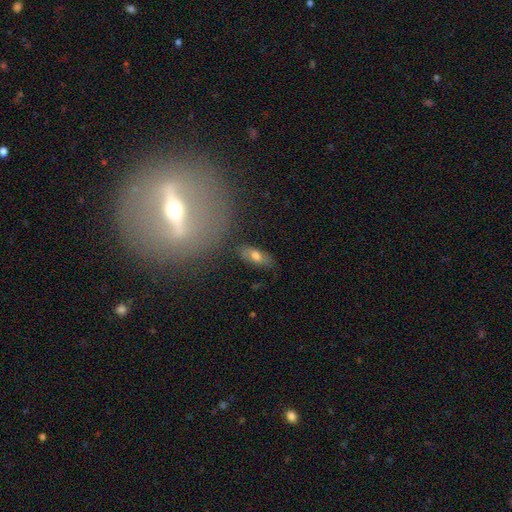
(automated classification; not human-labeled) Overall: smooth (69%). How rounded: in between (85%). Merging: none (75%).